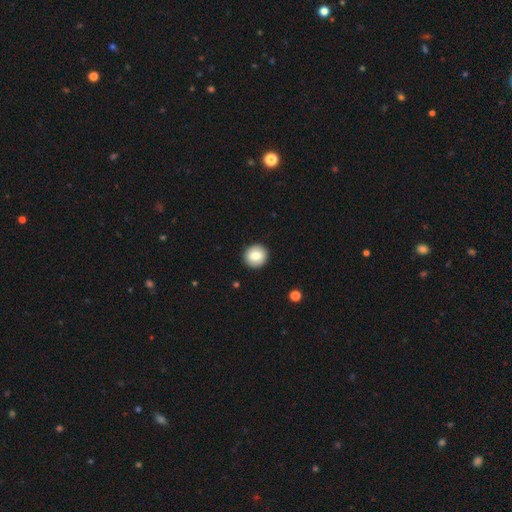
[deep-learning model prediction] smooth-or-featured: smooth: 77% | featured or disk: 15% | star or artifact: 8%
  how-rounded: round: 90% | in between: 10% | cigar-shaped: 1%
  merging: none: 92% | minor disturbance: 6% | major disturbance: 2% | merger: 1%